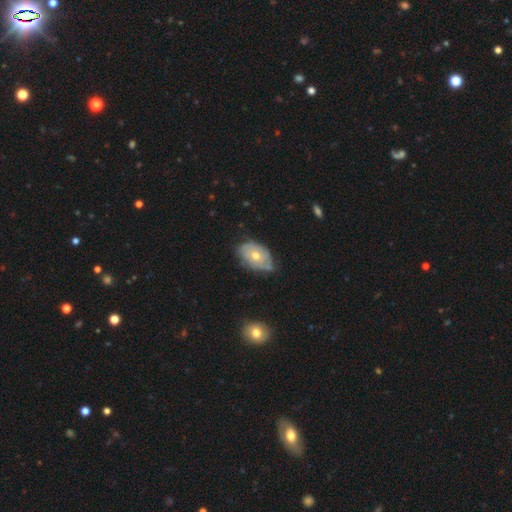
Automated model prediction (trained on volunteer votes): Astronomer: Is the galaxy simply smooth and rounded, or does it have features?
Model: smooth — 47% (runner-up: featured or disk, 46%).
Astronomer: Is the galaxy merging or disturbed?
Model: none — 55% (runner-up: minor disturbance, 34%).